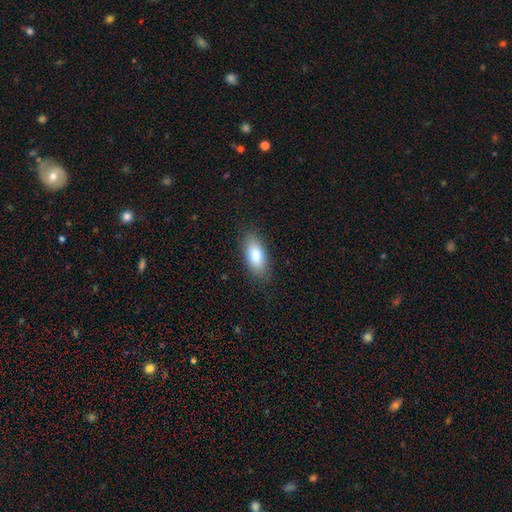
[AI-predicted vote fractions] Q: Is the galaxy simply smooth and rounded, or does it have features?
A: smooth — 79%.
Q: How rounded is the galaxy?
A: in between — 85%.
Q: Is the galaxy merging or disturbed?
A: none — 87%.